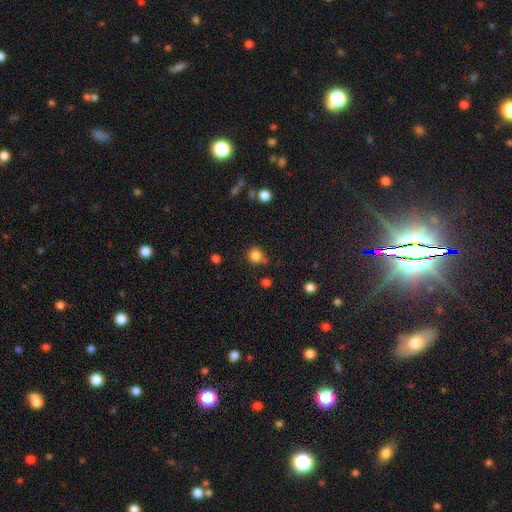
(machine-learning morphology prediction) smooth_or_featured: smooth (p=0.83) [alt: star or artifact p=0.12]
how_rounded: round (p=0.90) [alt: in between p=0.09]
merging: none (p=0.72) [alt: minor disturbance p=0.16]